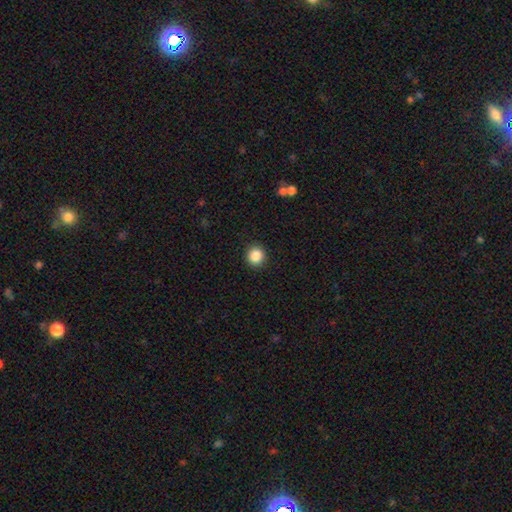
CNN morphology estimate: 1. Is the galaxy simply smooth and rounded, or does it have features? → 87% smooth, 10% star or artifact, 3% featured or disk.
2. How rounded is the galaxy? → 92% round, 7% in between, 1% cigar-shaped.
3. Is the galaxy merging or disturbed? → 92% none, 5% minor disturbance, 2% major disturbance, 1% merger.